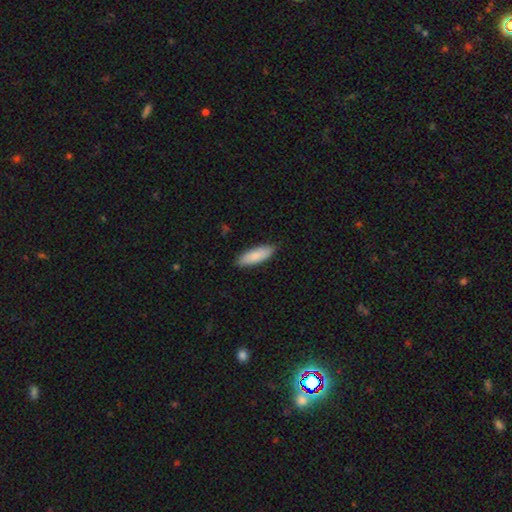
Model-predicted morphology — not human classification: Smooth or featured? Predicted: smooth (p=0.85). How rounded? Predicted: in between (p=0.60). Merging? Predicted: none (p=0.85).